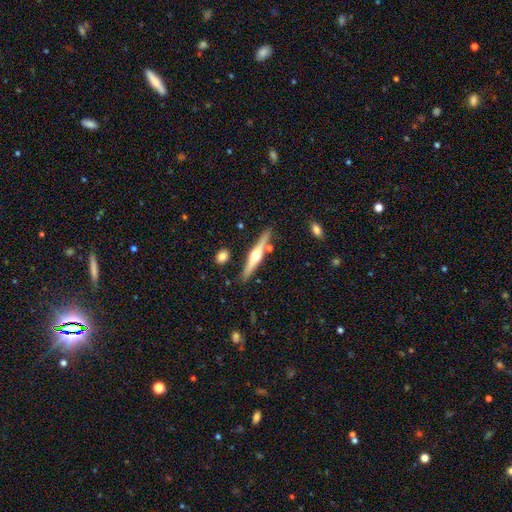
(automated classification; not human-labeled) Smooth or featured?
  - featured or disk: 71% *
  - smooth: 24%
  - star or artifact: 5%
Edge-on disk?
  - yes: 97% *
  - no: 3%
Edge-on bulge?
  - rounded: 95% *
  - boxy: 3%
  - none: 3%
Merging?
  - none: 84% *
  - minor disturbance: 9%
  - merger: 5%
  - major disturbance: 2%